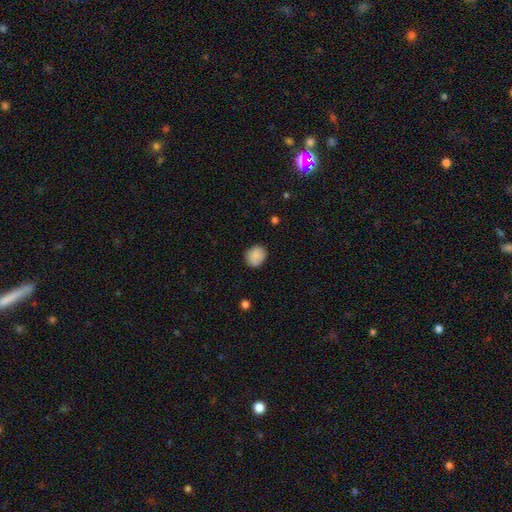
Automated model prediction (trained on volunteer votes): smooth-or-featured: smooth: 86% | star or artifact: 8% | featured or disk: 6%
  how-rounded: round: 73% | in between: 26% | cigar-shaped: 1%
  merging: none: 81% | minor disturbance: 14% | major disturbance: 3% | merger: 1%